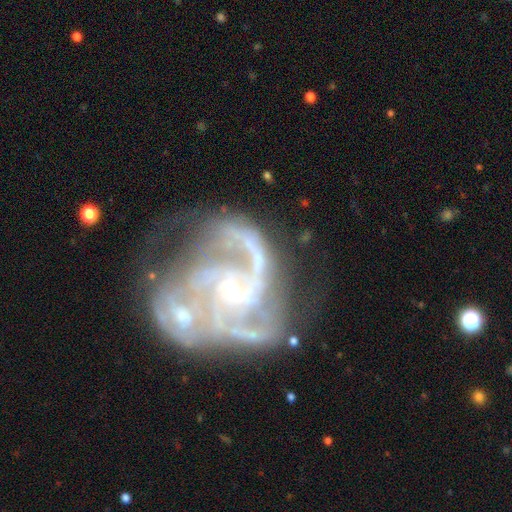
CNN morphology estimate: Overall: featured or disk (87%). Edge-on disk: no (98%). Bar: weak (42%; no 40%). Spiral arms: yes (94%). Spiral arm count: 2 (29%; 3 26%). Spiral winding: medium (49%; tight 26%). Bulge size: small (63%; moderate 25%). Merging: merger (34%; none 27%).